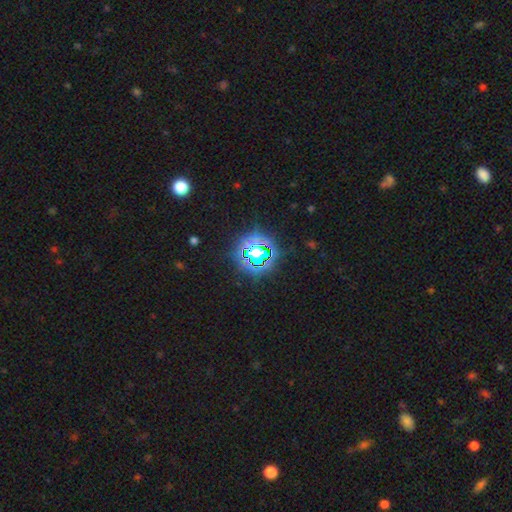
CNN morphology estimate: Smooth or featured? star or artifact (70%)